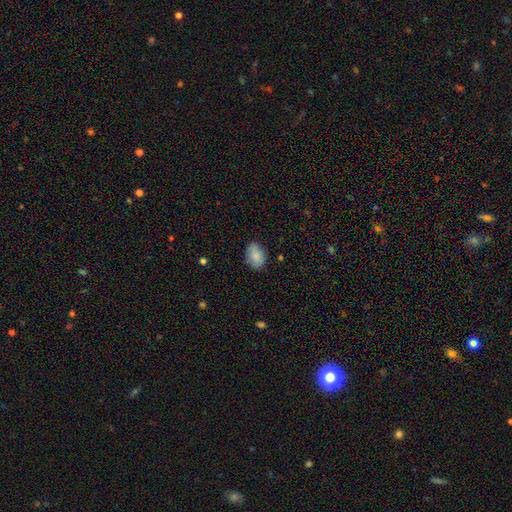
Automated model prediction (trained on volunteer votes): Smooth or featured: smooth — 84% (featured or disk — 9%)
How rounded: in between — 83% (round — 16%)
Merging: none — 79% (minor disturbance — 17%)